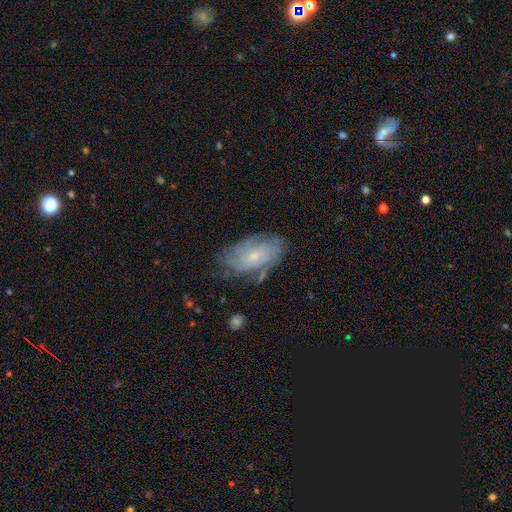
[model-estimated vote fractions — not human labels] Overall: featured or disk (56%; smooth 25%). Edge-on disk: no (91%). Bar: no (65%; weak 28%). Spiral arms: yes (85%). Bulge size: small (70%). Merging: none (77%).